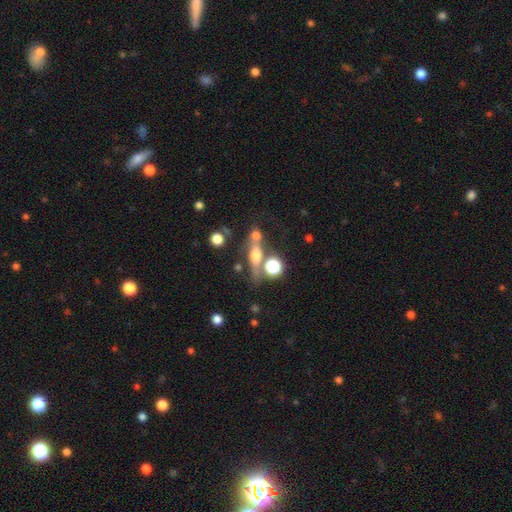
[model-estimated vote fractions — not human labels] Smooth or featured?
  - featured or disk: 47% *
  - smooth: 38%
  - star or artifact: 15%
Merging?
  - none: 60% *
  - merger: 20%
  - minor disturbance: 13%
  - major disturbance: 7%